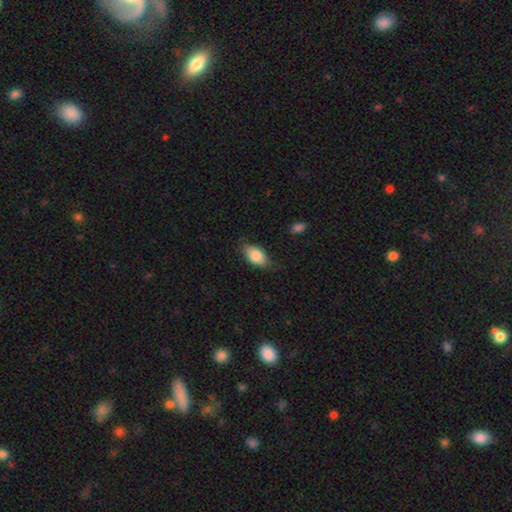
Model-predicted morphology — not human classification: Overall: smooth (84%). How rounded: in between (92%). Merging: none (75%).